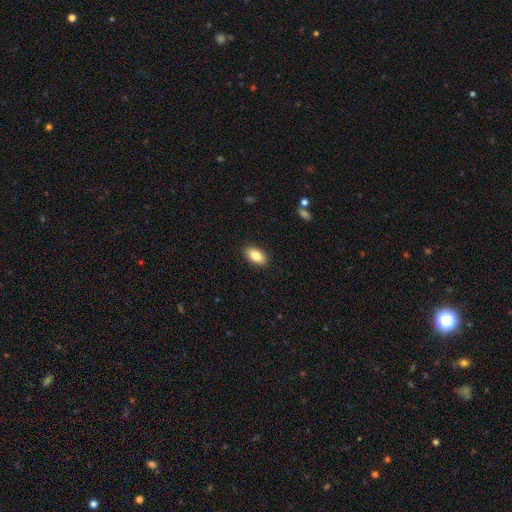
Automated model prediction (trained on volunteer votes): Smooth or featured? smooth (84%)
How rounded? in between (92%)
Merging? none (90%)